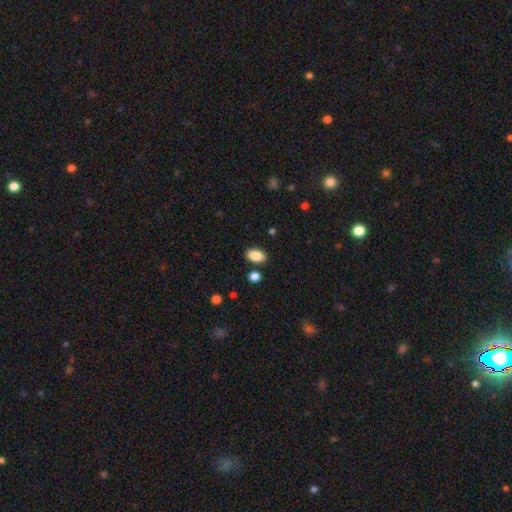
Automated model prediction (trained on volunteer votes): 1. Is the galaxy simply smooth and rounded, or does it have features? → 87% smooth, 8% star or artifact, 5% featured or disk.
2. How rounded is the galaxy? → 91% in between, 8% round, 1% cigar-shaped.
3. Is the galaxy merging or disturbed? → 84% none, 9% minor disturbance, 4% merger, 2% major disturbance.